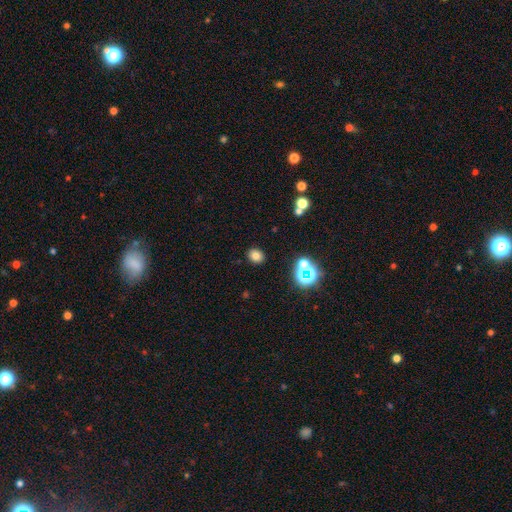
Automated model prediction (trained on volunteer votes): Smooth or featured? Predicted: smooth (p=0.76). How rounded? Predicted: round (p=0.58). Merging? Predicted: none (p=0.89).